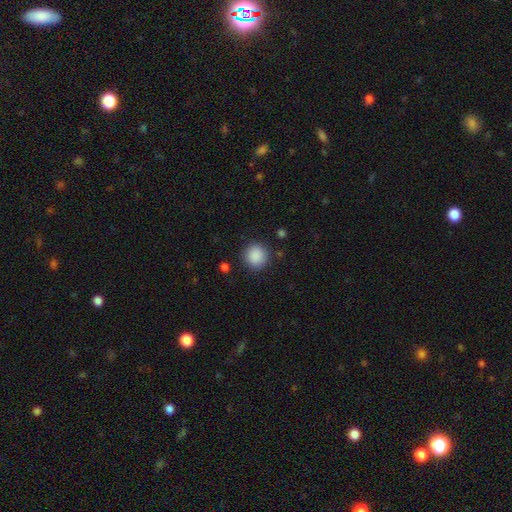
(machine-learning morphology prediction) A smooth galaxy with no disk features (89%) that is round (90%). Merging: none (89%).